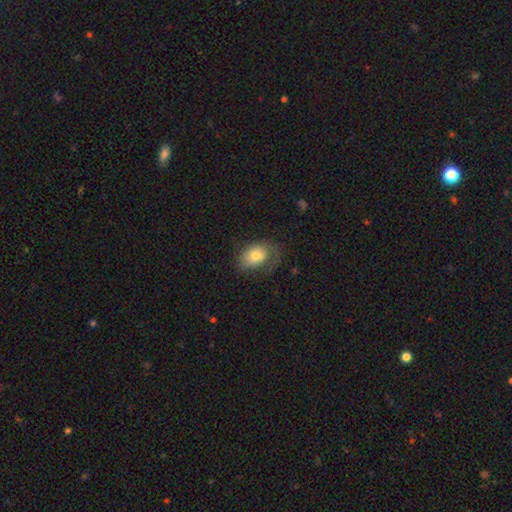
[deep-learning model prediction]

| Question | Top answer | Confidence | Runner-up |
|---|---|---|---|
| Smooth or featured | smooth | 65% | featured or disk (28%) |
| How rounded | in between | 80% | round (19%) |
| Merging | none | 51% | minor disturbance (26%) |